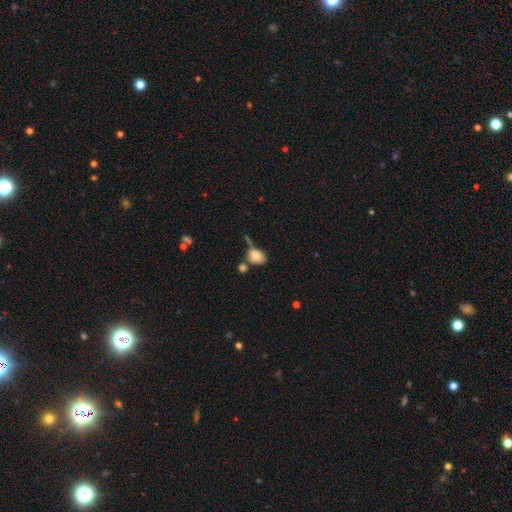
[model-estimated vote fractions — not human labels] smooth_or_featured: smooth (p=0.82) [alt: featured or disk p=0.09]
how_rounded: in between (p=0.71) [alt: round p=0.27]
merging: none (p=0.44) [alt: merger p=0.26]